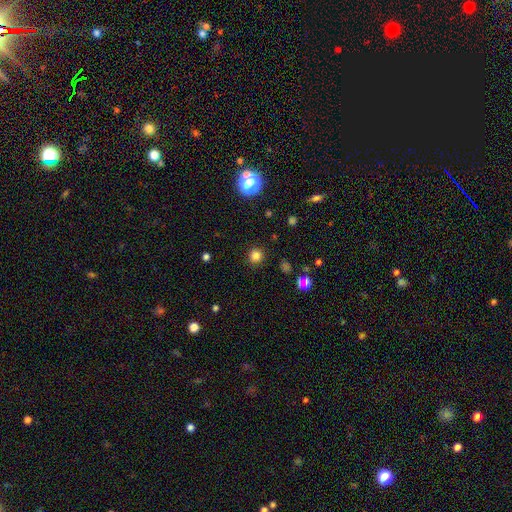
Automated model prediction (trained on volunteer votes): Morphology: type=smooth (80%); roundness=round (94%); merging=none (91%).